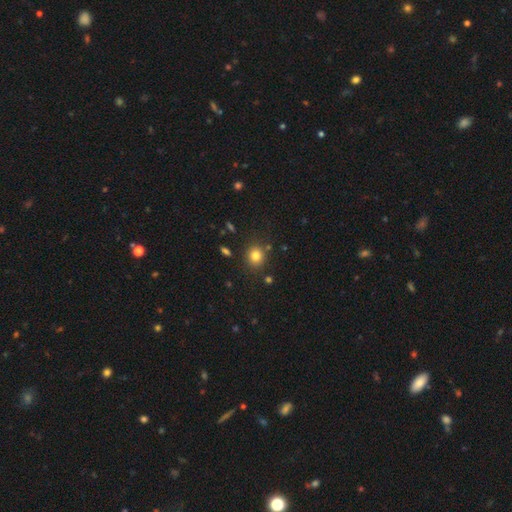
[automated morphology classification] A smooth galaxy with no disk features (81%) that is round (79%). Merging: none (84%).